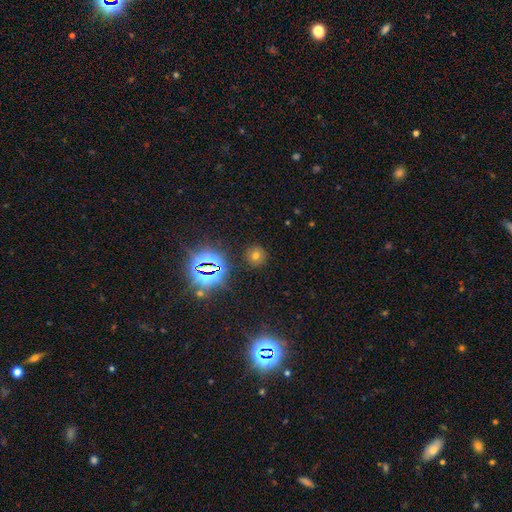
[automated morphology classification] Q: Smooth or featured?
A: smooth (61%); runner-up: star or artifact (28%)
Q: How rounded?
A: round (91%); runner-up: in between (8%)
Q: Merging?
A: none (88%); runner-up: minor disturbance (7%)